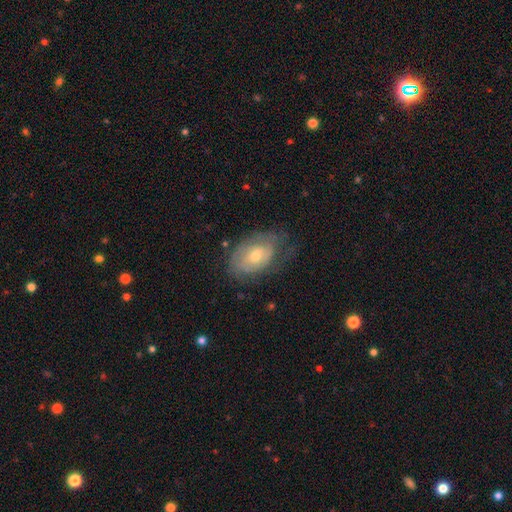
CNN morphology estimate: Smooth or featured: featured or disk — 51% (smooth — 42%)
Edge-on disk: no — 92% (yes — 8%)
Merging: none — 54% (minor disturbance — 29%)